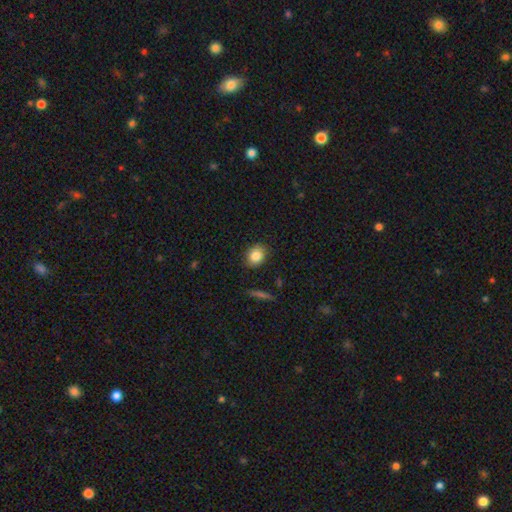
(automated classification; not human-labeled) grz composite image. It shows a smooth galaxy with no disk features (83%) that is round (52%). Merging: none (87%).